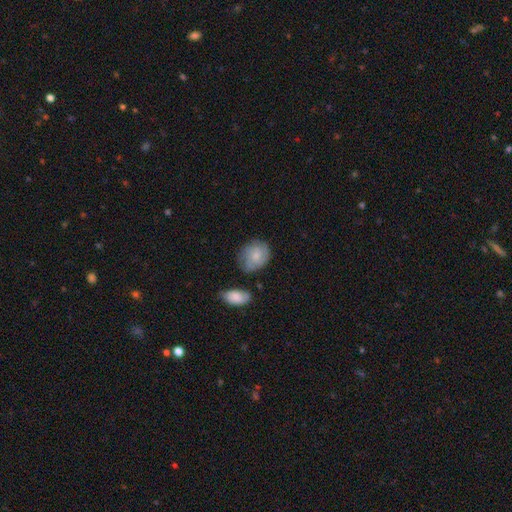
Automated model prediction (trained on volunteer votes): This appears to be a smooth galaxy with no disk features (60%) that is round (55%). Merging: none (61%).